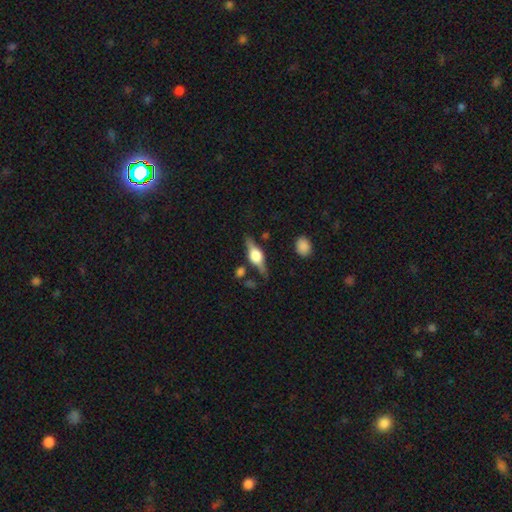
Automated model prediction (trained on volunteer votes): A featured or disk galaxy (74%) viewed edge-on (96%) with a rounded central bulge (91%).

Vote fractions:
- Smooth or featured? featured or disk: 74% / smooth: 20% / star or artifact: 6%
- Edge-on disk? yes: 96% / no: 4%
- Edge-on bulge? rounded: 91% / boxy: 8% / none: 1%
- Merging? none: 80% / minor disturbance: 13% / major disturbance: 4% / merger: 3%